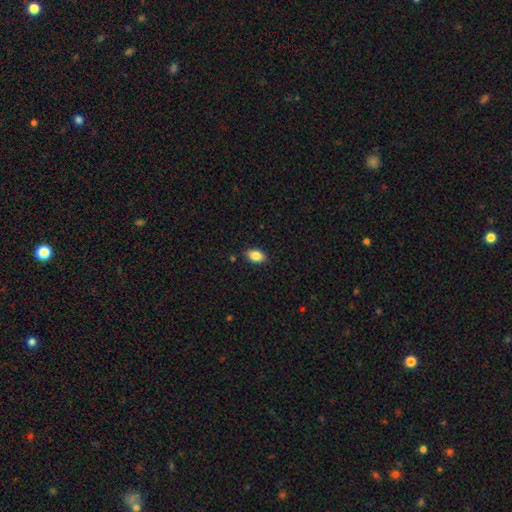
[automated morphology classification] A smooth galaxy with no disk features (86%) that is in between round and cigar-shaped (89%).

Vote fractions:
- Smooth or featured? smooth: 86% / star or artifact: 8% / featured or disk: 6%
- How rounded? in between: 89% / round: 9% / cigar-shaped: 2%
- Merging? none: 87% / minor disturbance: 10% / major disturbance: 2% / merger: 1%